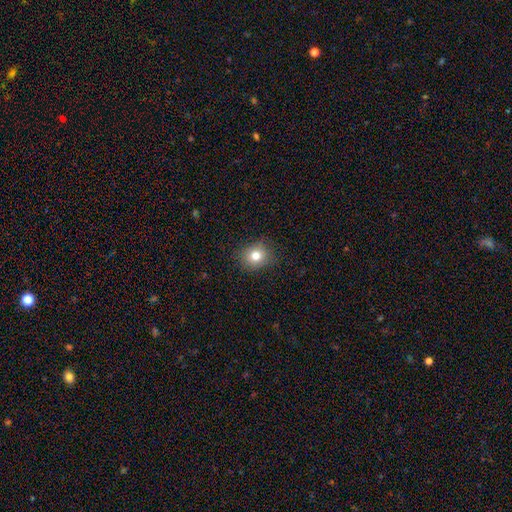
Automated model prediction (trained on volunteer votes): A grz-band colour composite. It shows a smooth galaxy with no disk features (77%) that is round (71%). Merging: none (83%).